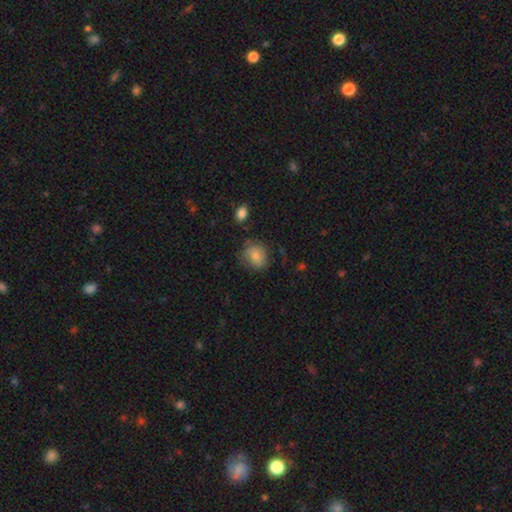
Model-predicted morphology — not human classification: smooth_or_featured: smooth (p=0.75) [alt: featured or disk p=0.15]
how_rounded: round (p=0.67) [alt: in between p=0.32]
merging: none (p=0.71) [alt: minor disturbance p=0.20]